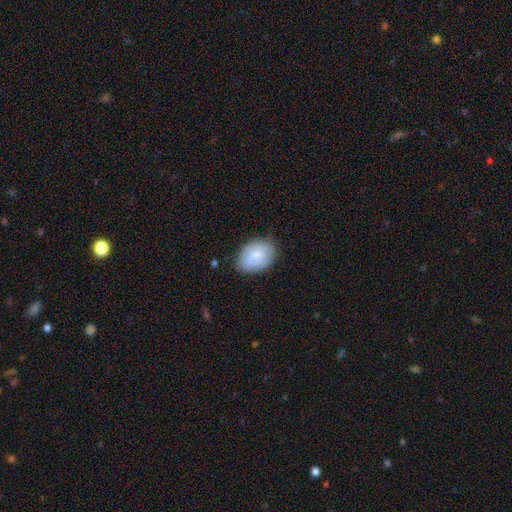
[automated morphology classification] A smooth galaxy with no disk features (77%) that is in between round and cigar-shaped (81%). Merging: none (73%).